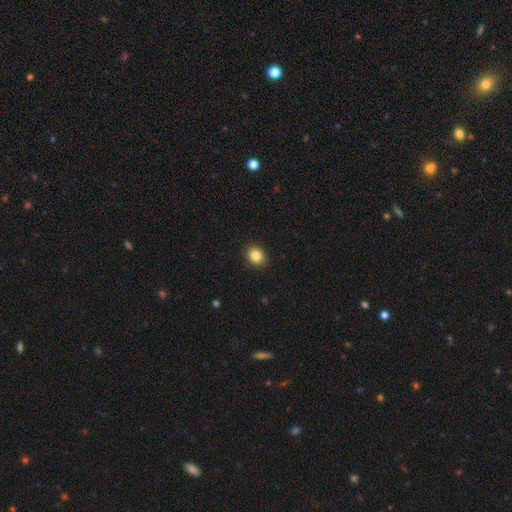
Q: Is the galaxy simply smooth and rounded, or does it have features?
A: smooth — 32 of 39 (82%).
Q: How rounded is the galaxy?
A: in between — 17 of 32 (53%).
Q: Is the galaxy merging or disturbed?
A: none — 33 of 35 (94%).